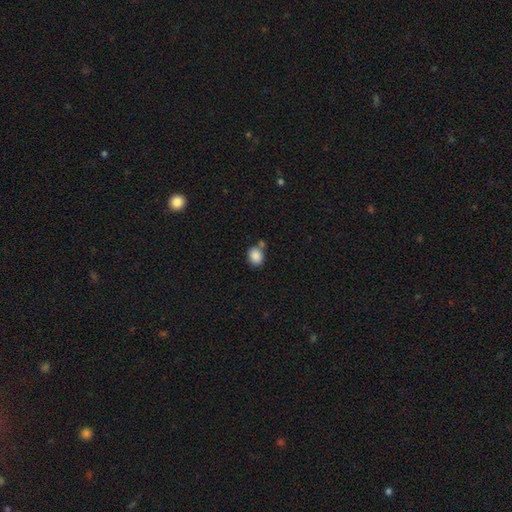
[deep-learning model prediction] Smooth or featured?
  - smooth: 87% *
  - star or artifact: 9%
  - featured or disk: 4%
How rounded?
  - round: 51% *
  - in between: 48%
  - cigar-shaped: 1%
Merging?
  - none: 62% *
  - merger: 19%
  - minor disturbance: 15%
  - major disturbance: 4%